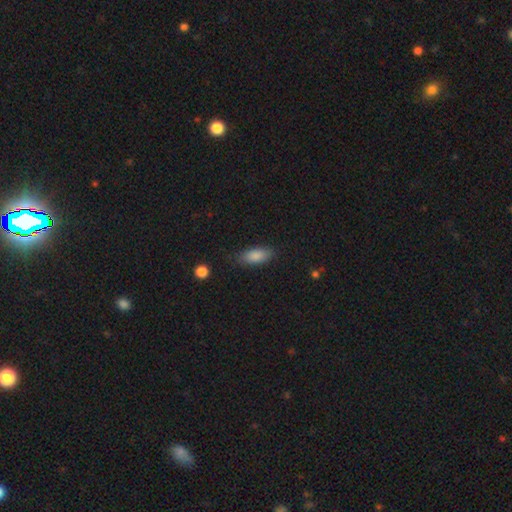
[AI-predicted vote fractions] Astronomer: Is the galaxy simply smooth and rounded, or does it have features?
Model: smooth — 86%.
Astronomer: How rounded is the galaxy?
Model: in between — 83%.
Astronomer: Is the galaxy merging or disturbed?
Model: none — 80%.